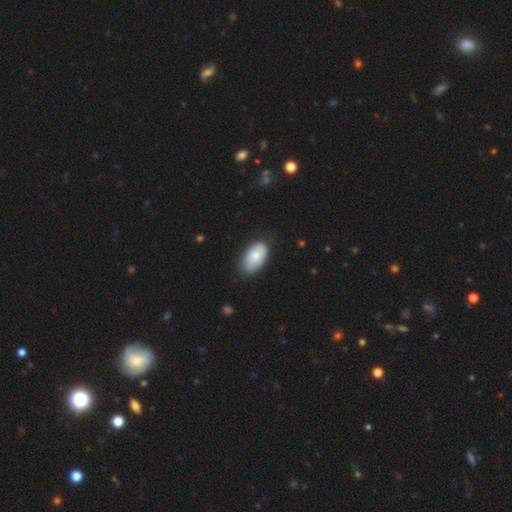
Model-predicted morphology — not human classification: The model was most divided on "merging": none: 73%, minor disturbance: 22%, major disturbance: 4%, merger: 1%. More confident: how rounded — in between (95%); smooth or featured — smooth (80%).